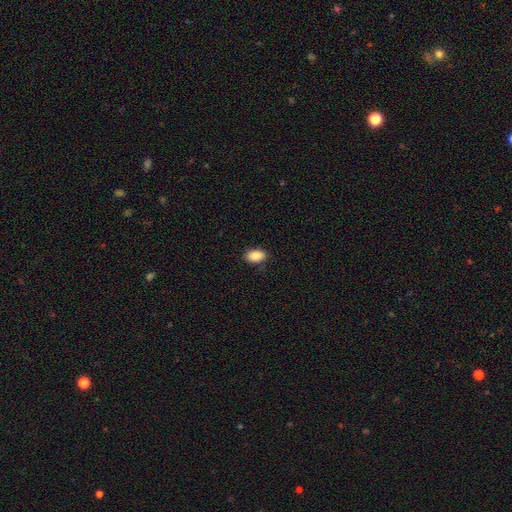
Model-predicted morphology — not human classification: This appears to be a smooth galaxy with no disk features (89%) that is in between round and cigar-shaped (92%). Merging: none (86%).